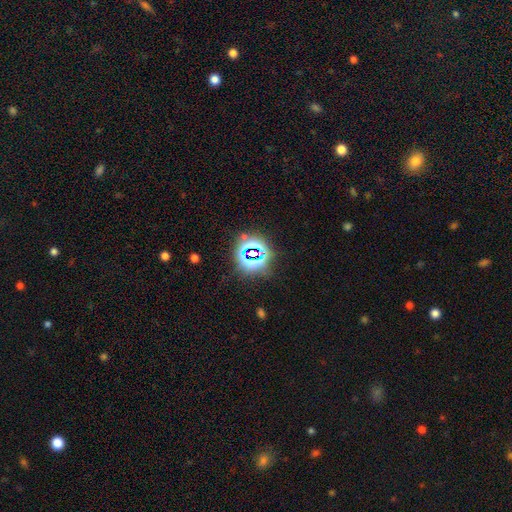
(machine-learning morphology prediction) Smooth or featured? Predicted: star or artifact (p=0.74).